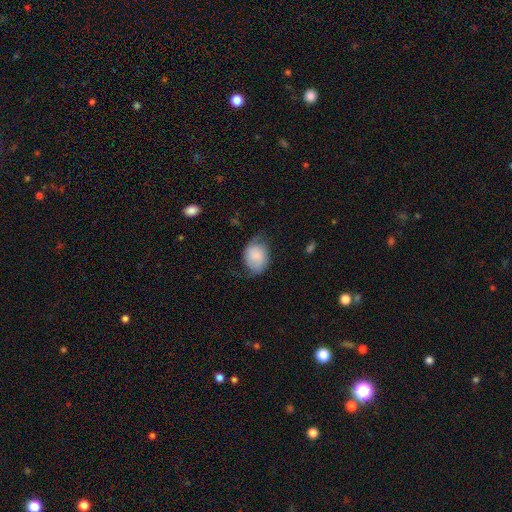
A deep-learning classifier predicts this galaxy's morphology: Smooth or featured: smooth — 64% (featured or disk — 28%)
How rounded: in between — 60% (round — 39%)
Merging: none — 52% (minor disturbance — 32%)